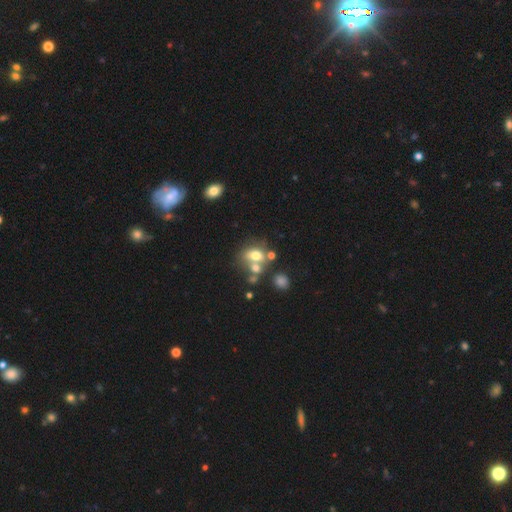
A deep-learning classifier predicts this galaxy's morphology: Overall: smooth (64%). How rounded: in between (54%; round 44%). Merging: merger (41%; none 38%).